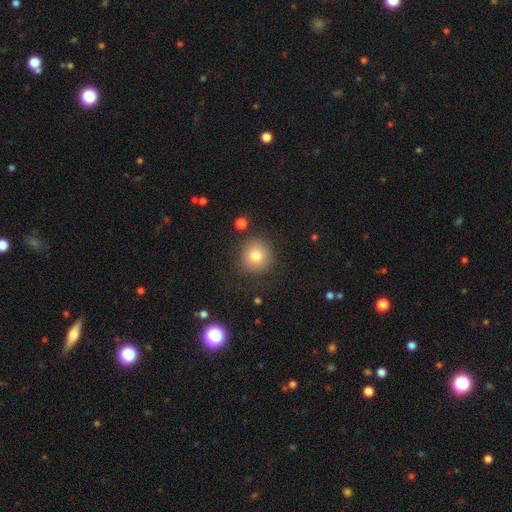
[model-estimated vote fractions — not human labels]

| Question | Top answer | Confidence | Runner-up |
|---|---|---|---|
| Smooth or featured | smooth | 78% | star or artifact (11%) |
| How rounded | round | 92% | in between (7%) |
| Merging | none | 85% | minor disturbance (9%) |